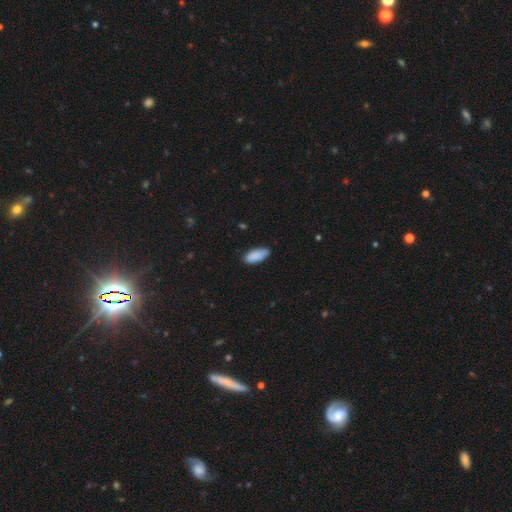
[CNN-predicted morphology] This is clearly a smooth galaxy (89%). How rounded: clearly in between (86%). Merging: likely none (80%).